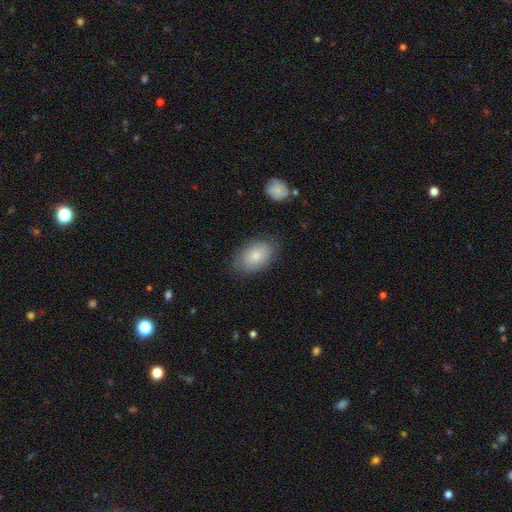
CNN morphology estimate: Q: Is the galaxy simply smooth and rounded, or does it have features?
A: smooth — 80%.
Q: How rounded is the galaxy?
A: in between — 87%.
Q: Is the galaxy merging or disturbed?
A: none — 77%.